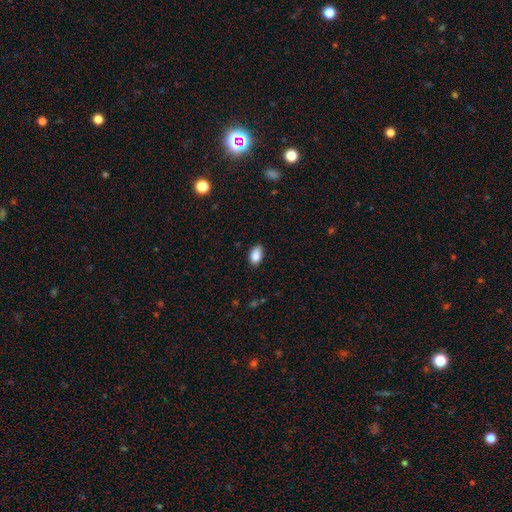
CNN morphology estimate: The model was most divided on "merging": none: 78%, minor disturbance: 19%, major disturbance: 3%, merger: 1%. More confident: how rounded — in between (91%); smooth or featured — smooth (87%).